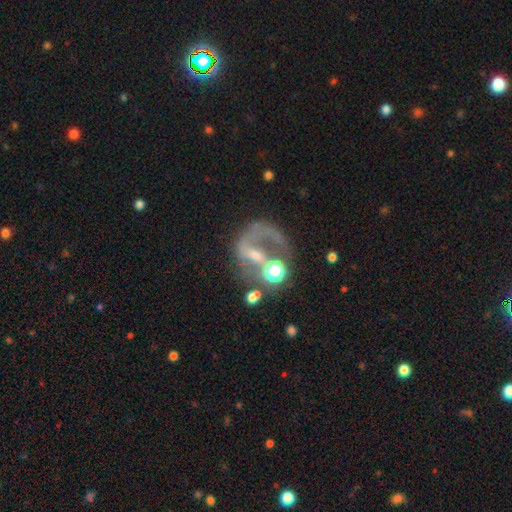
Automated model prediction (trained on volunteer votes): A featured or disk galaxy (72%) with a weak bar (37%), 1 (58%) loose (44%) spiral arms (78%) and a small central bulge (51%). Merging: none (36%).